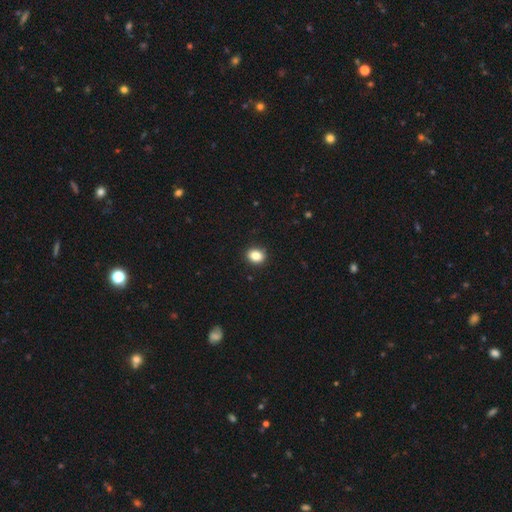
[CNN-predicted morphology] Smooth or featured: smooth — 85% (star or artifact — 10%)
How rounded: round — 55% (in between — 44%)
Merging: none — 90% (minor disturbance — 7%)